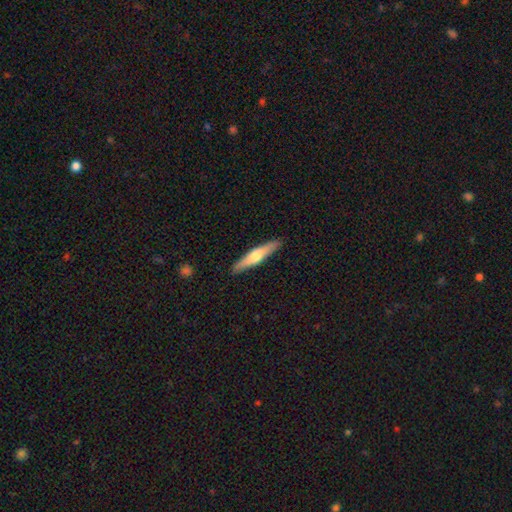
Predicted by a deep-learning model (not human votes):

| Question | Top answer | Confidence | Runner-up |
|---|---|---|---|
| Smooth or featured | featured or disk | 48% | smooth (47%) |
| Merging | none | 90% | minor disturbance (7%) |